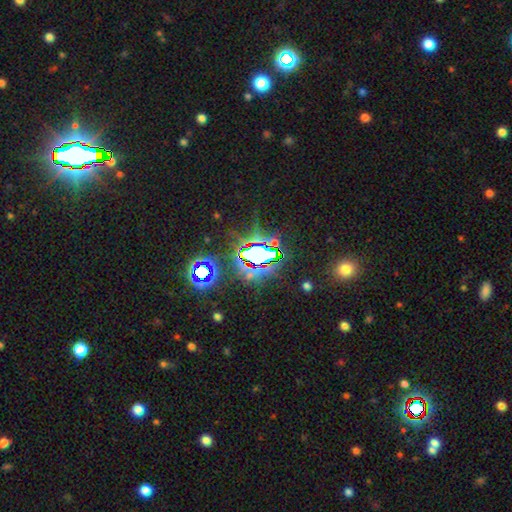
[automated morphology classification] type=star or artifact (77%).